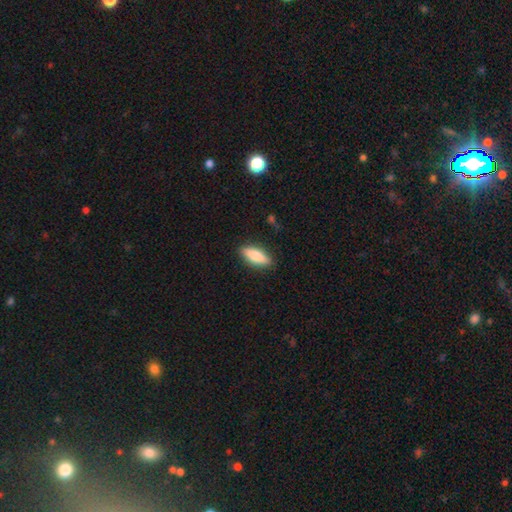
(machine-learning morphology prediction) The model was most divided on "how rounded": in between: 61%, cigar-shaped: 37%, round: 2%. More confident: merging — none (87%); smooth or featured — smooth (78%).